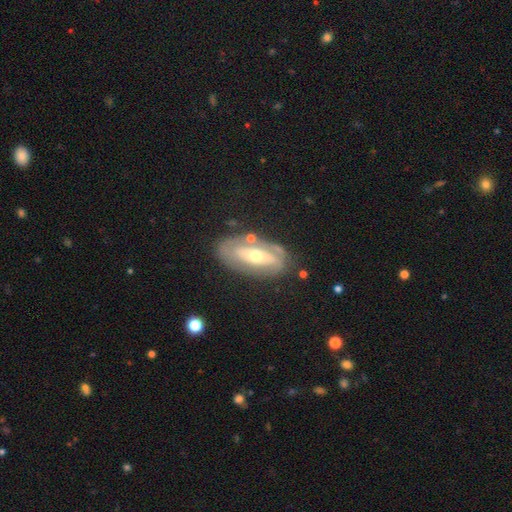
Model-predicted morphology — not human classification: Smooth or featured? featured or disk (71%)
Edge-on disk? no (88%)
Bar? no (59%)
Spiral arms? yes (59%)
Bulge size? moderate (61%)
Merging? none (71%)